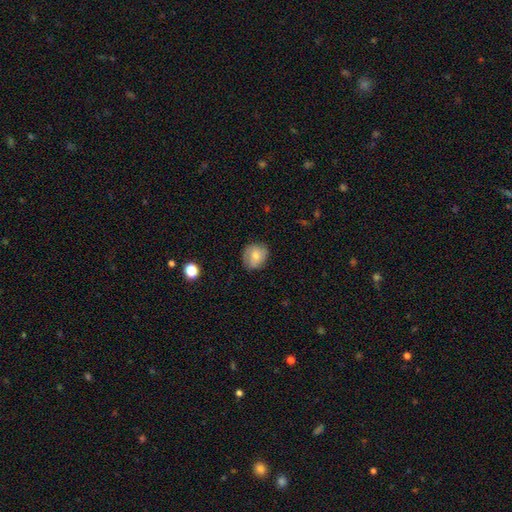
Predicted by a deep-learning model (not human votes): smooth 65%, featured or disk 26%, star or artifact 8%. Down the decision tree: how rounded — round (75%); merging — none (76%).